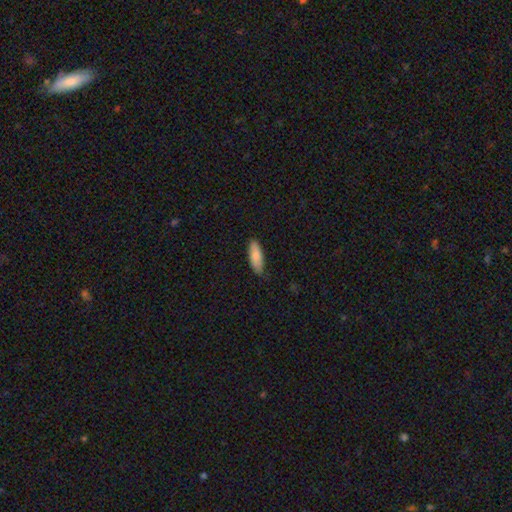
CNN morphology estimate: Smooth or featured? Predicted: smooth (p=0.84). How rounded? Predicted: in between (p=0.68). Merging? Predicted: none (p=0.78).